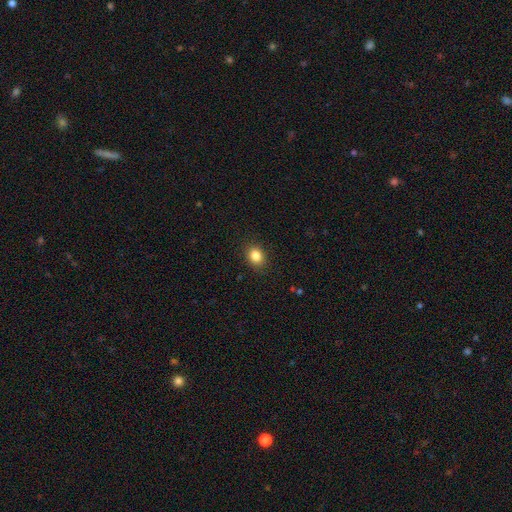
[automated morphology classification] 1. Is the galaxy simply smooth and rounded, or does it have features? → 85% smooth, 10% star or artifact, 5% featured or disk.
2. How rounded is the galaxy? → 51% round, 48% in between, 1% cigar-shaped.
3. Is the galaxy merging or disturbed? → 88% none, 8% minor disturbance, 2% major disturbance, 1% merger.